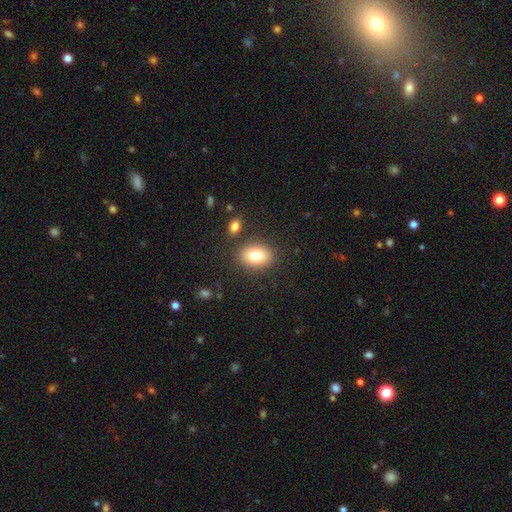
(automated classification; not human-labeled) This appears to be a smooth galaxy with no disk features (81%) that is in between round and cigar-shaped (74%). Merging: none (83%).